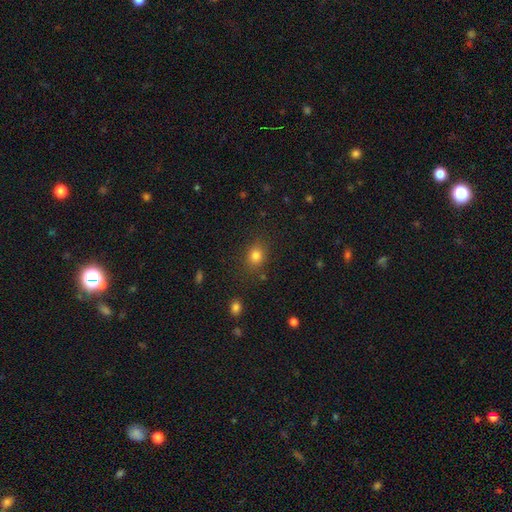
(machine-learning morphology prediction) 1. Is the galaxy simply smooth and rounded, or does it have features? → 80% smooth, 13% star or artifact, 6% featured or disk.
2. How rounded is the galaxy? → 61% round, 38% in between, 1% cigar-shaped.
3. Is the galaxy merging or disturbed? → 82% none, 11% minor disturbance, 4% major disturbance, 3% merger.